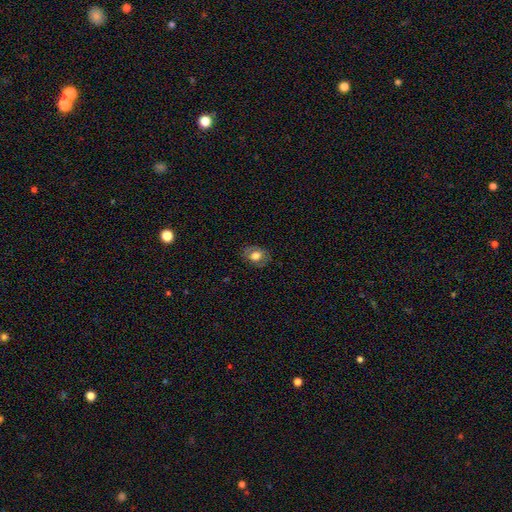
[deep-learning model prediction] A smooth galaxy with no disk features (66%) that is in between round and cigar-shaped (72%). Merging: none (81%).